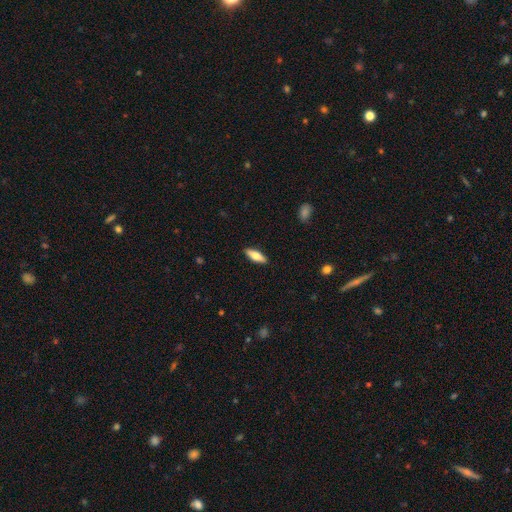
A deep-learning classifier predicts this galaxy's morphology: A smooth galaxy with no disk features (66%) that is in between round and cigar-shaped (58%).

Vote fractions:
- Smooth or featured? smooth: 66% / featured or disk: 28% / star or artifact: 6%
- How rounded? in between: 58% / cigar-shaped: 40% / round: 2%
- Merging? none: 90% / minor disturbance: 8% / major disturbance: 2% / merger: 1%